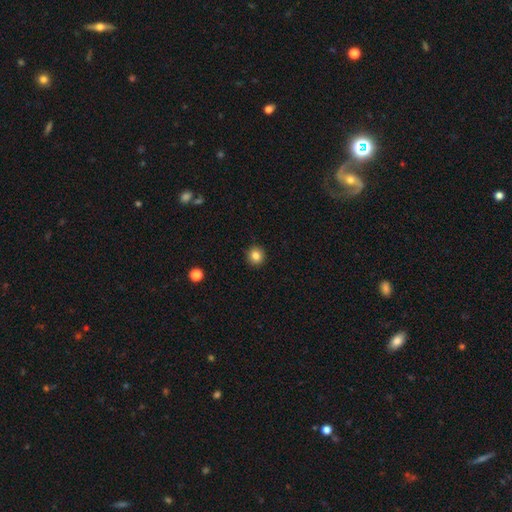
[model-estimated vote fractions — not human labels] Smooth or featured? smooth (83%)
How rounded? round (92%)
Merging? none (92%)